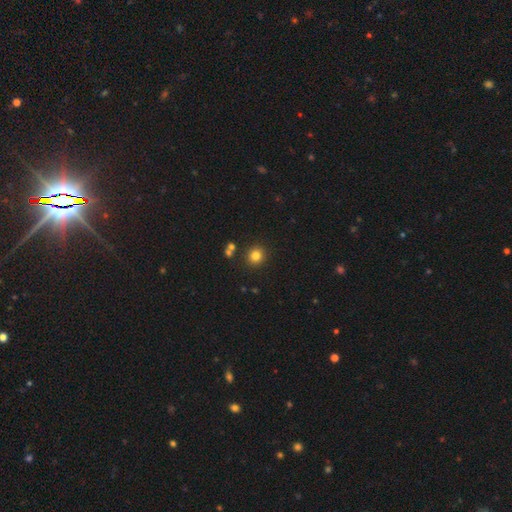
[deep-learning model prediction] Smooth or featured: smooth — 81% (star or artifact — 13%)
How rounded: round — 89% (in between — 10%)
Merging: none — 87% (minor disturbance — 6%)